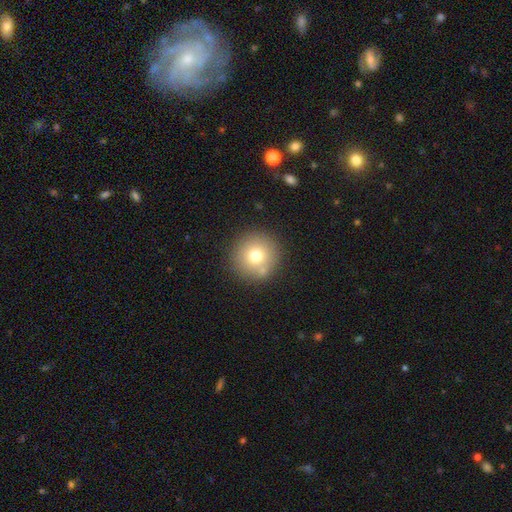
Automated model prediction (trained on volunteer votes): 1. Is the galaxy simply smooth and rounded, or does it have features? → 74% smooth, 14% featured or disk, 12% star or artifact.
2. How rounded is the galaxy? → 96% round, 3% in between, 1% cigar-shaped.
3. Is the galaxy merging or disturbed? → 80% none, 9% minor disturbance, 7% merger, 3% major disturbance.